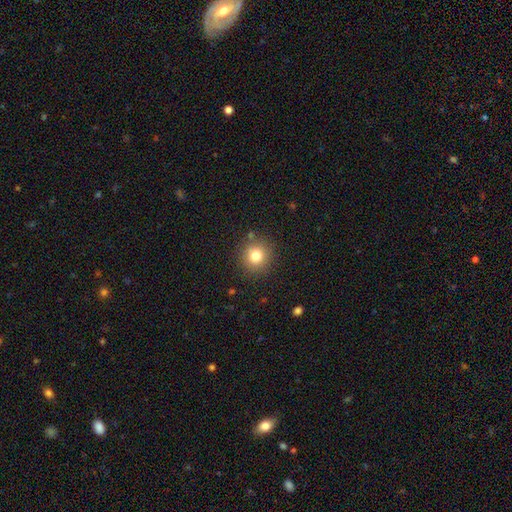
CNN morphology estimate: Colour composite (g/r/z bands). It shows a smooth galaxy with no disk features (80%) that is round (91%). Merging: none (86%).